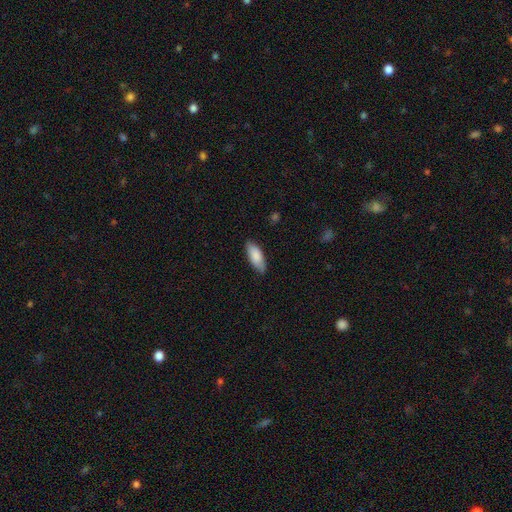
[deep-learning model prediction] Smooth or featured? Predicted: smooth (p=0.87). How rounded? Predicted: in between (p=0.79). Merging? Predicted: none (p=0.81).